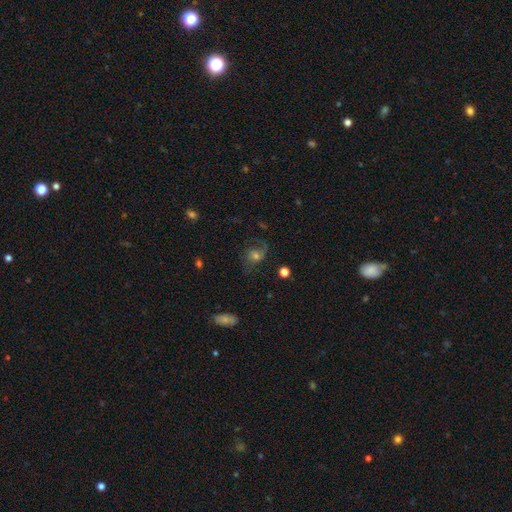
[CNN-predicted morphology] Smooth or featured? featured or disk (60%)
Edge-on disk? no (96%)
Bar? no (70%)
Spiral arms? yes (88%)
Spiral winding? loose (50%)
Spiral arm count? 2 (56%)
Bulge size? moderate (50%)
Merging? none (56%)